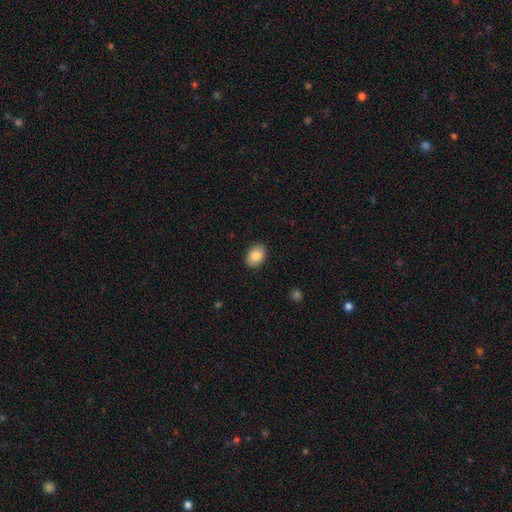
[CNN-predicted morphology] Smooth or featured? Predicted: smooth (p=0.87). How rounded? Predicted: in between (p=0.77). Merging? Predicted: none (p=0.89).